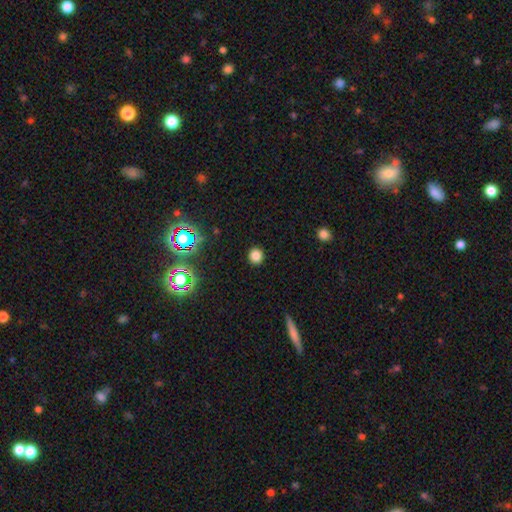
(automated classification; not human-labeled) The model was most divided on "smooth or featured": smooth: 79%, star or artifact: 16%, featured or disk: 4%. More confident: merging — none (91%); how rounded — round (87%).